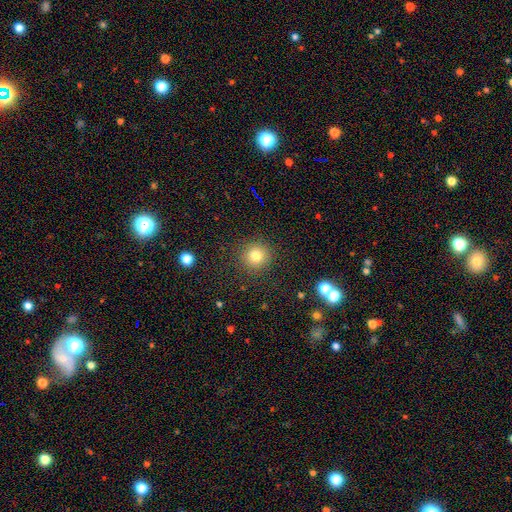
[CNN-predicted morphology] Smooth or featured? Predicted: smooth (p=0.79). How rounded? Predicted: round (p=0.93). Merging? Predicted: none (p=0.90).